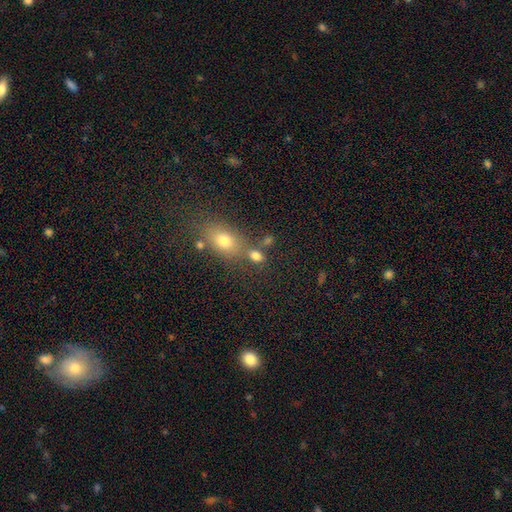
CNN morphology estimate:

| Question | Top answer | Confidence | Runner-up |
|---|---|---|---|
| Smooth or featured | smooth | 76% | star or artifact (15%) |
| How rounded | in between | 72% | round (24%) |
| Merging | none | 57% | merger (23%) |